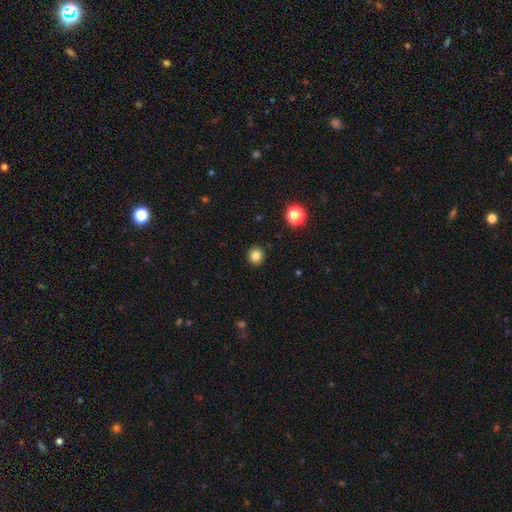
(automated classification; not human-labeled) Morphology: type=smooth (82%); roundness=round (90%); merging=none (92%).